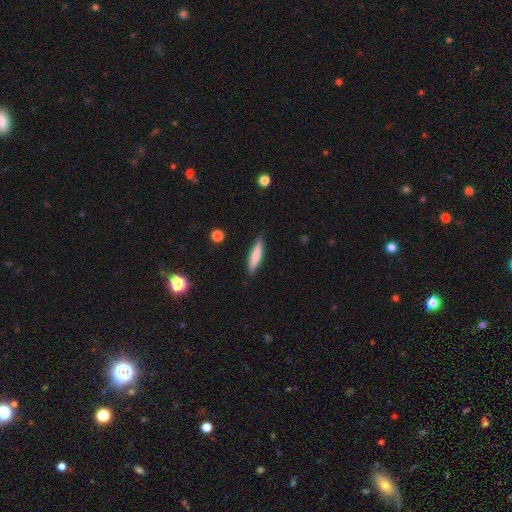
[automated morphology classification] The model was most divided on "smooth or featured": smooth: 74%, featured or disk: 20%, star or artifact: 6%. More confident: merging — none (85%); how rounded — cigar-shaped (83%).